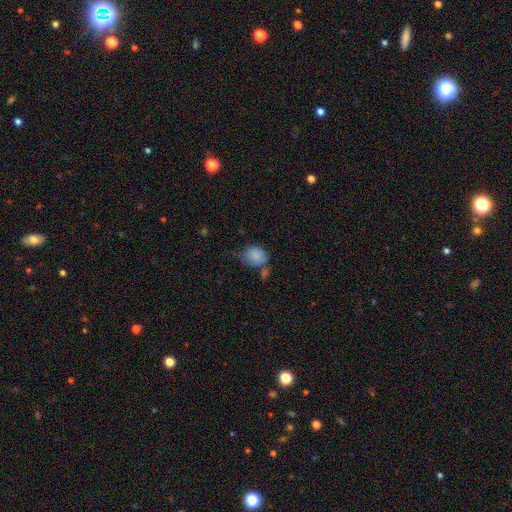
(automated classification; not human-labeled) Smooth or featured?
  - smooth: 84% *
  - star or artifact: 9%
  - featured or disk: 7%
How rounded?
  - round: 53% *
  - in between: 46%
  - cigar-shaped: 1%
Merging?
  - none: 41% *
  - minor disturbance: 29%
  - merger: 17%
  - major disturbance: 12%